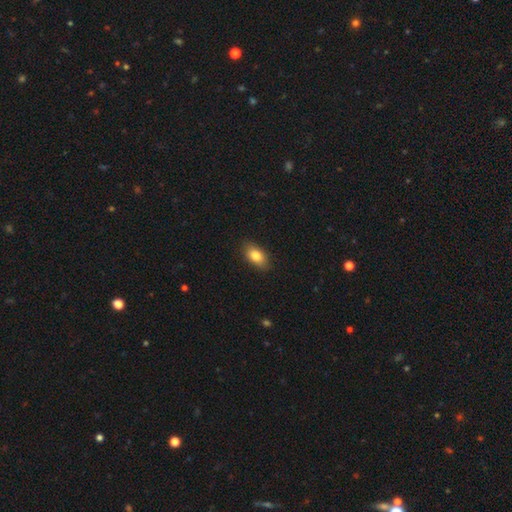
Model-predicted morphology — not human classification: Q: Smooth or featured?
A: smooth (82%); runner-up: featured or disk (10%)
Q: How rounded?
A: in between (88%); runner-up: round (8%)
Q: Merging?
A: none (86%); runner-up: minor disturbance (11%)